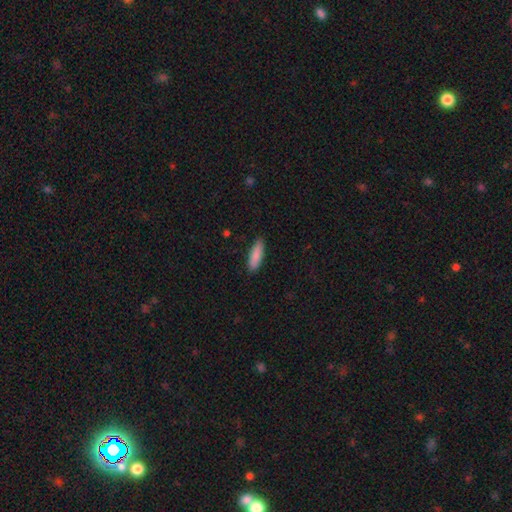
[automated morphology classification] Smooth or featured: smooth — 88% (featured or disk — 7%)
How rounded: cigar-shaped — 54% (in between — 45%)
Merging: none — 88% (minor disturbance — 9%)